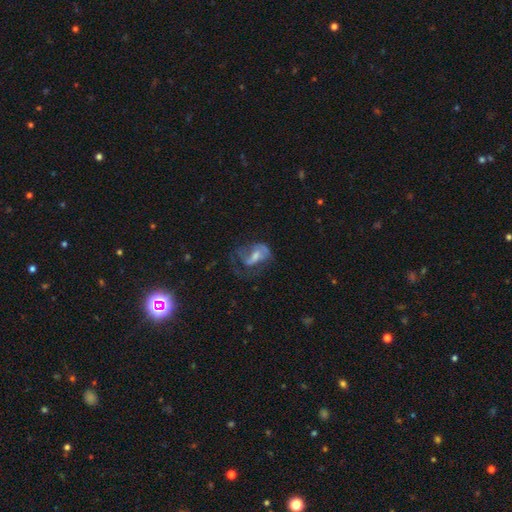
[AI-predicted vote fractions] Smooth or featured? Predicted: featured or disk (p=0.60). Edge-on disk? Predicted: no (p=0.96). Bar? Predicted: no (p=0.45). Spiral arms? Predicted: yes (p=0.65). Bulge size? Predicted: moderate (p=0.48). Merging? Predicted: major disturbance (p=0.46).